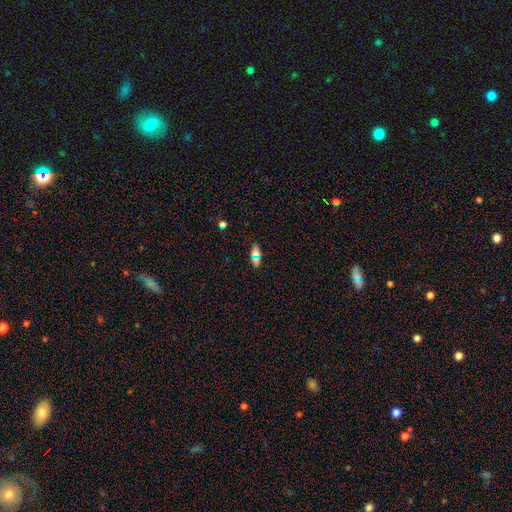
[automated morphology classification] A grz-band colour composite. It shows a smooth galaxy with no disk features (65%) that is in between round and cigar-shaped (73%). Merging: none (82%).